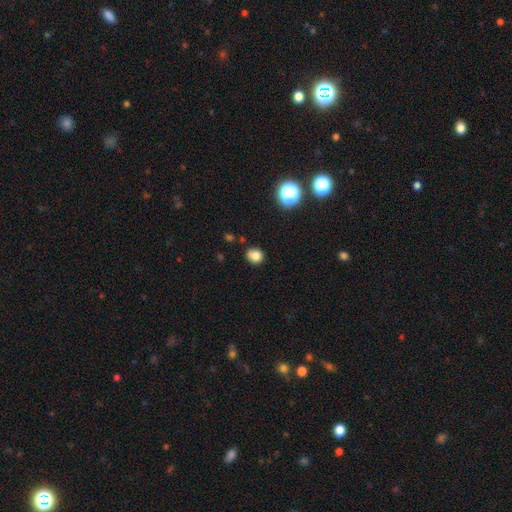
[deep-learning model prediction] Morphology: type=smooth (79%); roundness=round (74%); merging=none (73%).